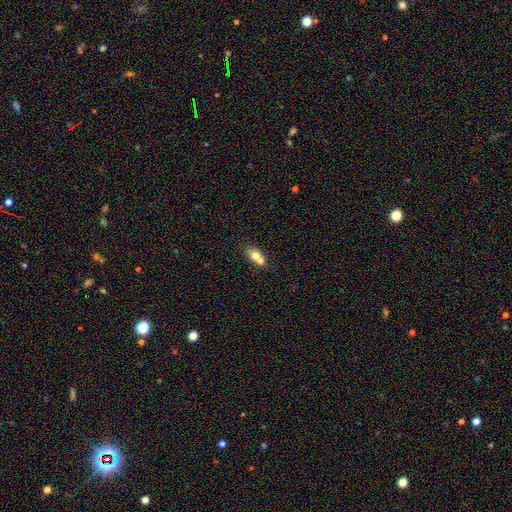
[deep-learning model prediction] Smooth or featured?
  - smooth: 70% *
  - featured or disk: 19%
  - star or artifact: 11%
How rounded?
  - in between: 66% *
  - round: 31%
  - cigar-shaped: 3%
Merging?
  - merger: 53% *
  - none: 36%
  - minor disturbance: 9%
  - major disturbance: 3%